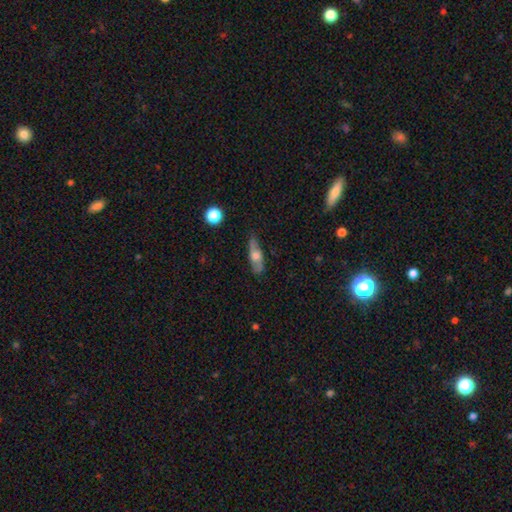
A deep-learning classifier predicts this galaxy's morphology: Smooth or featured? smooth (50%)
How rounded? in between (50%)
Merging? none (77%)